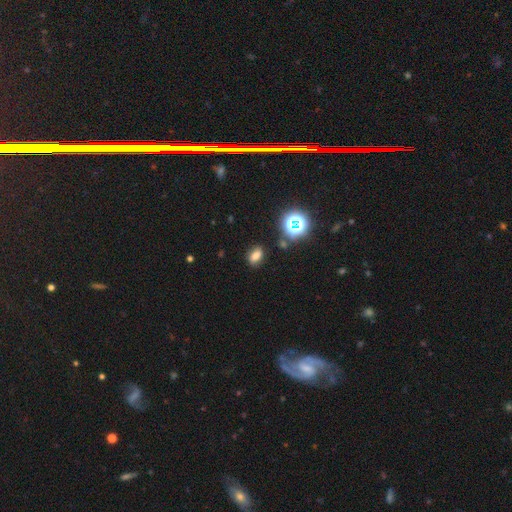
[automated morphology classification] smooth 67%, star or artifact 23%, featured or disk 10%. Down the decision tree: how rounded — in between (79%); merging — none (81%).